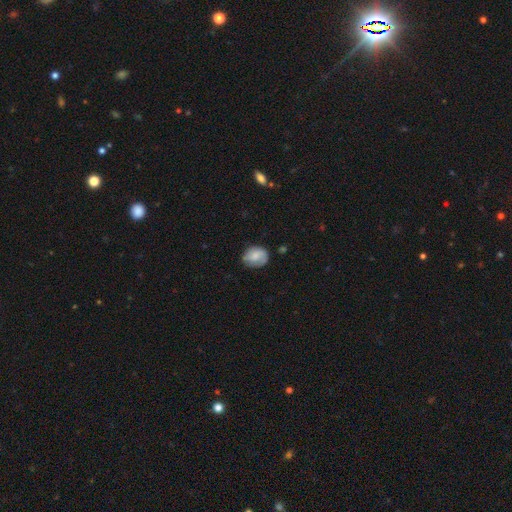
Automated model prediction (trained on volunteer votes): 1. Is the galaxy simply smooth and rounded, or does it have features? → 69% smooth, 23% featured or disk, 8% star or artifact.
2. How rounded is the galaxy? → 56% round, 43% in between, 1% cigar-shaped.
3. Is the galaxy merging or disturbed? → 64% none, 28% minor disturbance, 7% major disturbance, 2% merger.